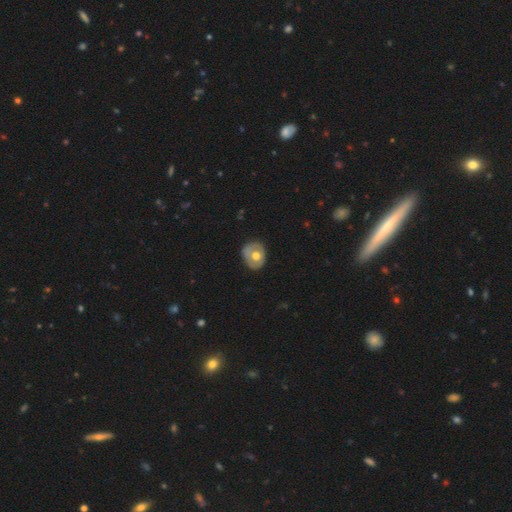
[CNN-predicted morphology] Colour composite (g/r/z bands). It shows a smooth galaxy with no disk features (50%). Merging: none (78%).